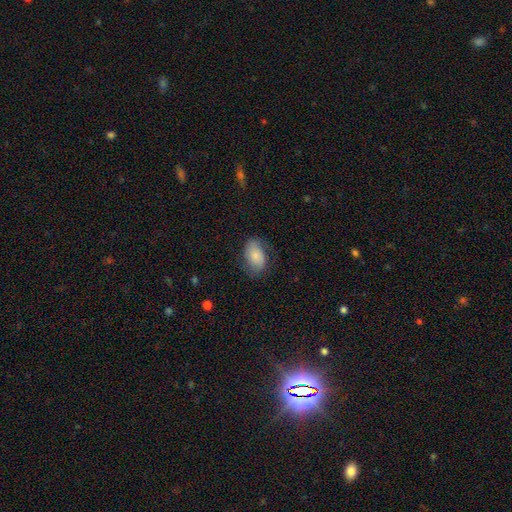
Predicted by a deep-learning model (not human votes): This appears to be a smooth galaxy with no disk features (73%) that is in between round and cigar-shaped (90%). Merging: none (68%).